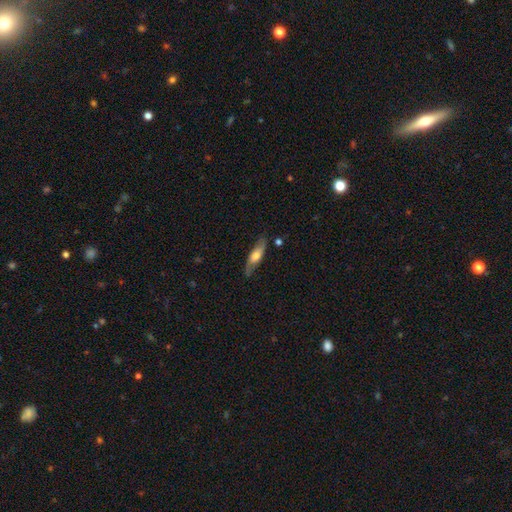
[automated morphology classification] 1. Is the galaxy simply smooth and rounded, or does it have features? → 50% smooth, 44% featured or disk, 6% star or artifact.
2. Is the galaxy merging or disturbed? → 77% none, 17% minor disturbance, 4% major disturbance, 2% merger.